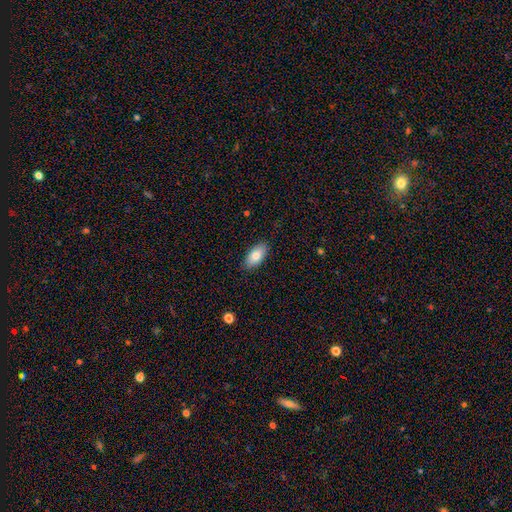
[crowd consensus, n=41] Smooth or featured: smooth — 76% (featured or disk — 20%)
How rounded: in between — 94% (cigar-shaped — 6%)
Merging: none — 97% (minor disturbance — 3%)